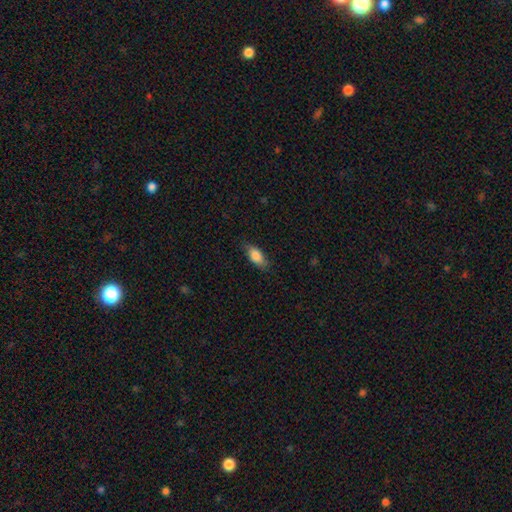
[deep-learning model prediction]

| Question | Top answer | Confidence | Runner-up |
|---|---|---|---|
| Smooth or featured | smooth | 83% | featured or disk (10%) |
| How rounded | in between | 87% | cigar-shaped (10%) |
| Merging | none | 79% | minor disturbance (17%) |